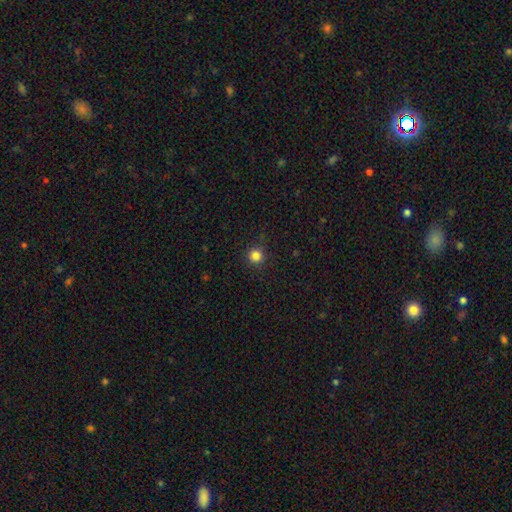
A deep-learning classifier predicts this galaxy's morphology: type=smooth (84%); roundness=round (95%); merging=none (91%).